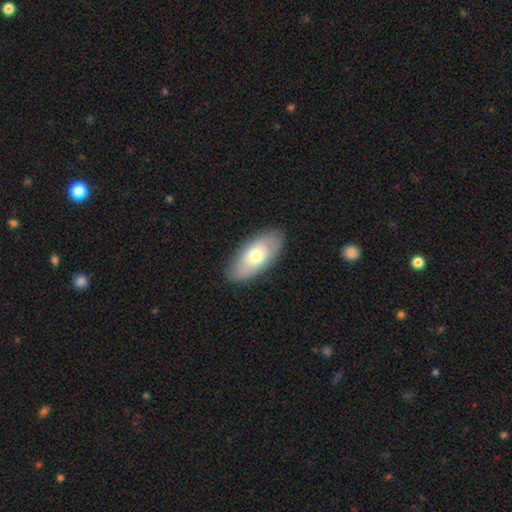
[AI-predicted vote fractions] smooth-or-featured: smooth: 63% | featured or disk: 31% | star or artifact: 6%
  how-rounded: in between: 90% | cigar-shaped: 7% | round: 3%
  merging: none: 86% | minor disturbance: 11% | major disturbance: 2% | merger: 1%